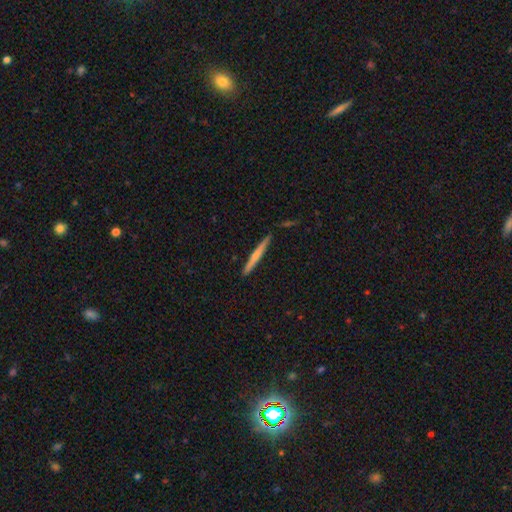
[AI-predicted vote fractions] A smooth galaxy with no disk features (54%) that is cigar-shaped (96%). Merging: none (88%).